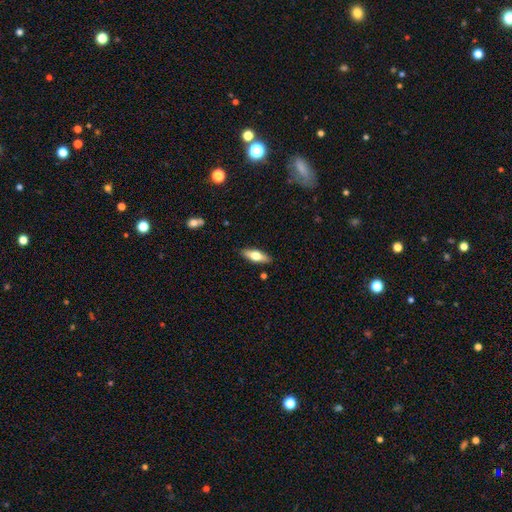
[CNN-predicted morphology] A smooth galaxy with no disk features (57%) that is in between round and cigar-shaped (60%). Merging: none (88%).